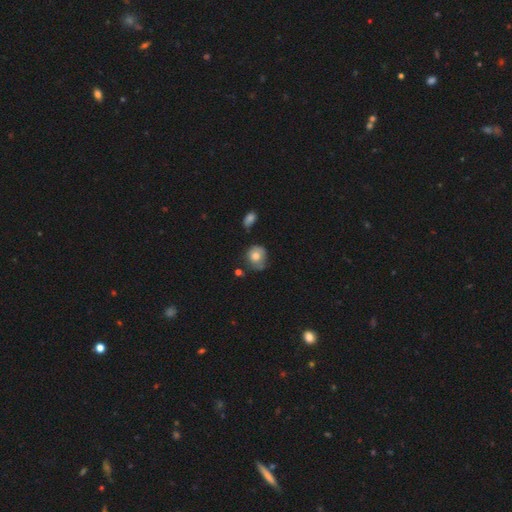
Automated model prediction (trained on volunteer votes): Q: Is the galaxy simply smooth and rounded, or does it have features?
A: smooth — 74%.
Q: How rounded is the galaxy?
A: round — 74%.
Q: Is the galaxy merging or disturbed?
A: none — 52%.